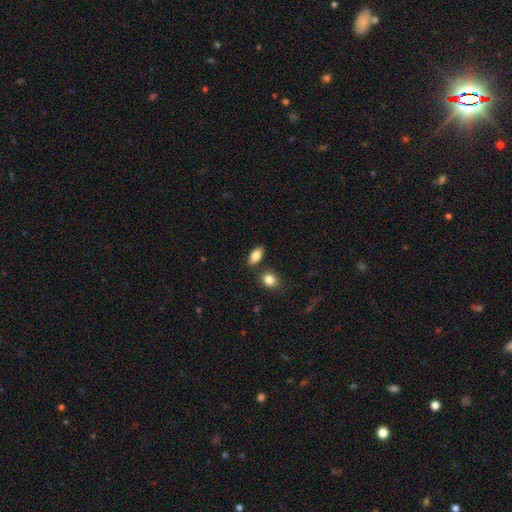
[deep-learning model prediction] smooth_or_featured: smooth (p=0.83) [alt: featured or disk p=0.10]
how_rounded: in between (p=0.88) [alt: cigar-shaped p=0.08]
merging: none (p=0.78) [alt: minor disturbance p=0.11]